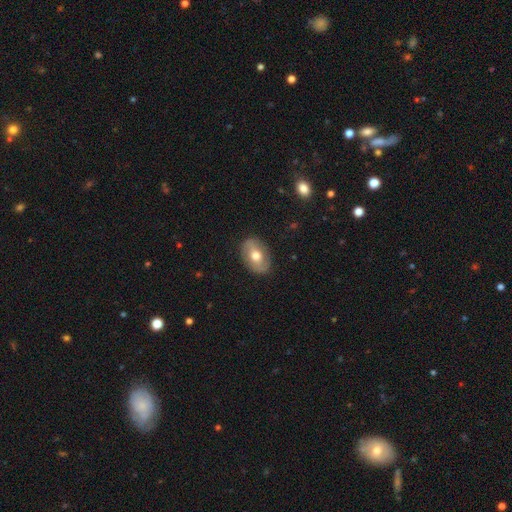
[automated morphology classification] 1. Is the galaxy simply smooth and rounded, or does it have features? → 54% smooth, 40% featured or disk, 6% star or artifact.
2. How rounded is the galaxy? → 82% in between, 17% round, 2% cigar-shaped.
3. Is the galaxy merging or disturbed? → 85% none, 11% minor disturbance, 3% major disturbance, 1% merger.